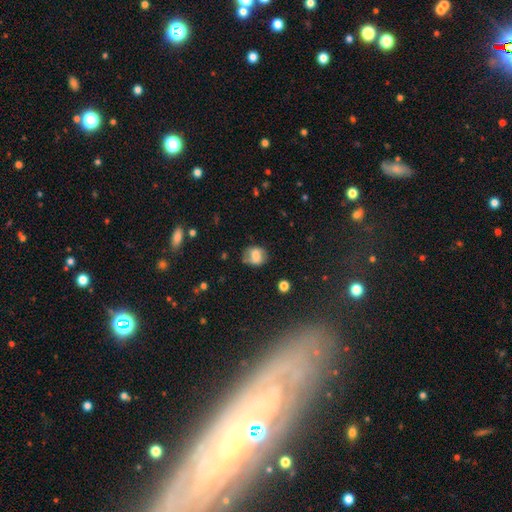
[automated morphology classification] This is likely a smooth galaxy (69%). How rounded: possibly round (57%). Merging: possibly none (60%).